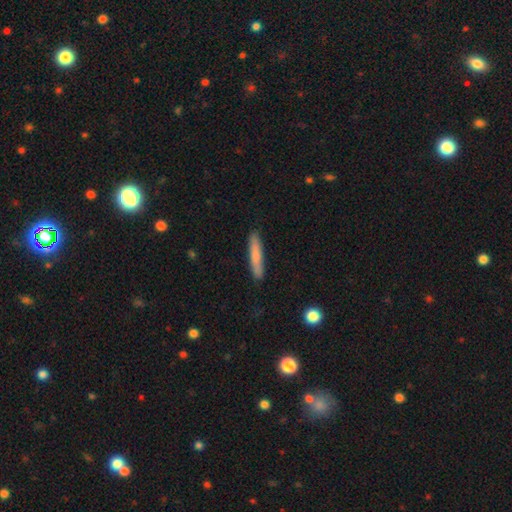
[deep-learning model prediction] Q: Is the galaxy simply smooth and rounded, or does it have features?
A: smooth — 77%.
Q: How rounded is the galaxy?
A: cigar-shaped — 92%.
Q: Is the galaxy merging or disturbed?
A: none — 89%.